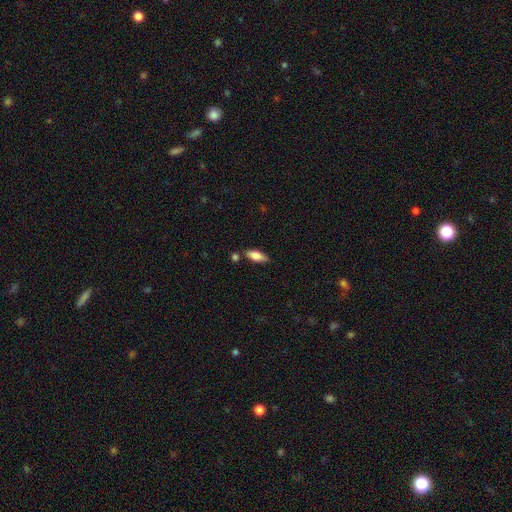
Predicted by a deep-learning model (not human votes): Morphology: type=smooth (79%); roundness=in between (75%); merging=none (75%).